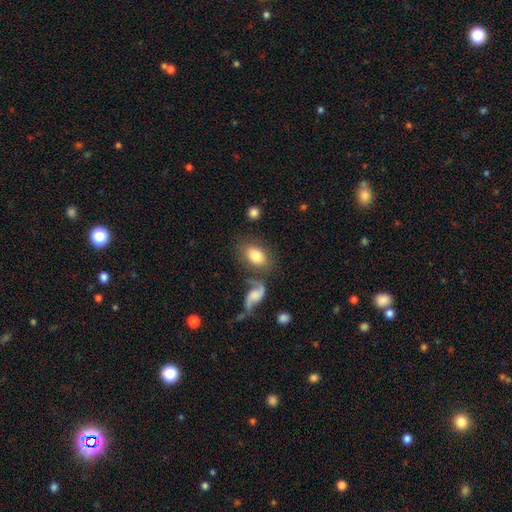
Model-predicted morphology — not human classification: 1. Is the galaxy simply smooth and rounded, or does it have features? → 77% smooth, 16% featured or disk, 7% star or artifact.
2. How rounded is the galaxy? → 84% in between, 14% round, 2% cigar-shaped.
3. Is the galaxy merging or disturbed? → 62% none, 15% minor disturbance, 15% merger, 8% major disturbance.